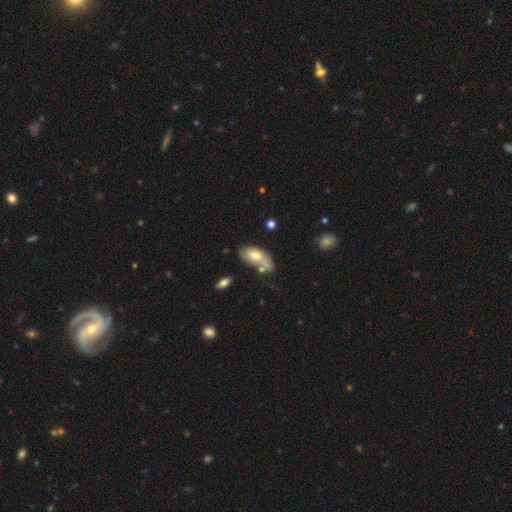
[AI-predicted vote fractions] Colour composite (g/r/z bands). It shows a smooth galaxy with no disk features (65%) that is in between round and cigar-shaped (89%). Merging: none (39%).